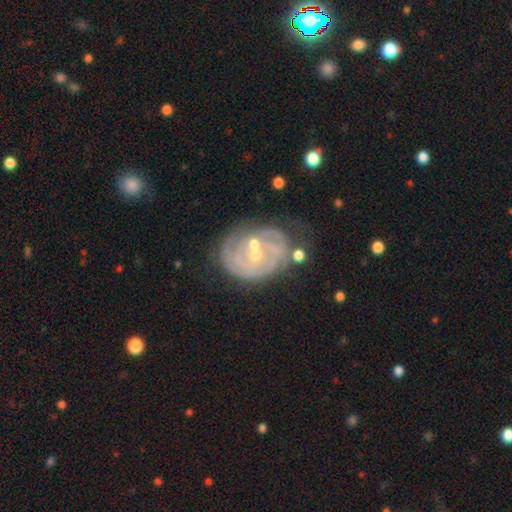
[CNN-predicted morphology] Smooth or featured? Predicted: featured or disk (p=0.83). Edge-on disk? Predicted: no (p=0.97). Bar? Predicted: no (p=0.64). Spiral arms? Predicted: yes (p=0.91). Spiral winding? Predicted: tight (p=0.70). Spiral arm count? Predicted: can't tell (p=0.33). Bulge size? Predicted: small (p=0.70). Merging? Predicted: none (p=0.59).